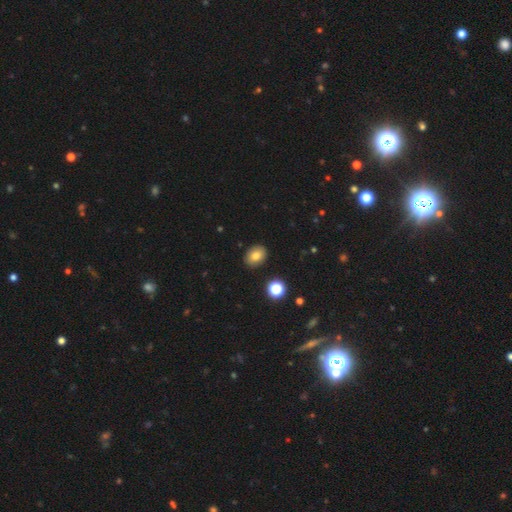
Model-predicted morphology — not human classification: Overall: smooth (80%). How rounded: in between (66%; round 33%). Merging: none (88%).